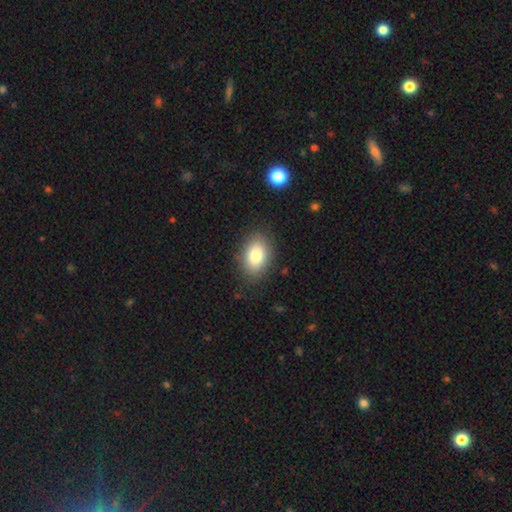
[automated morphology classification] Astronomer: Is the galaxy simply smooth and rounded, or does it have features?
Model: smooth — 83%.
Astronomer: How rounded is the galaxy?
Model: in between — 84%.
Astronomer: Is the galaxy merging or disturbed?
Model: none — 86%.